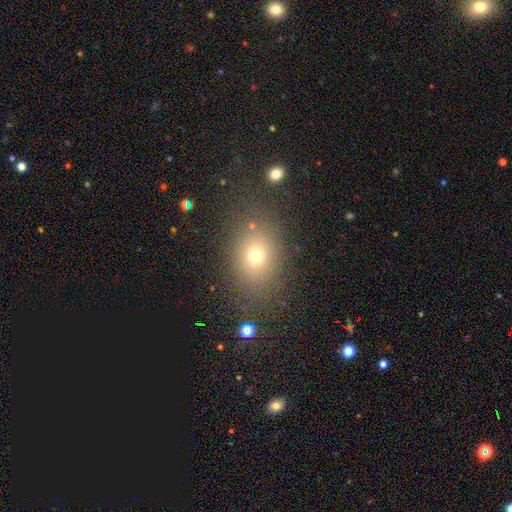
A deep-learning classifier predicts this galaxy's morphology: A smooth galaxy with no disk features (68%) that is in between round and cigar-shaped (62%). Merging: none (78%).